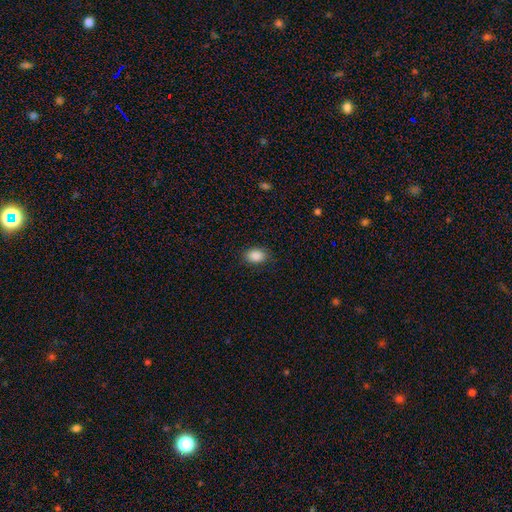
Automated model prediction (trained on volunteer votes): Smooth or featured: smooth — 89% (star or artifact — 8%)
How rounded: in between — 77% (round — 22%)
Merging: none — 83% (minor disturbance — 13%)